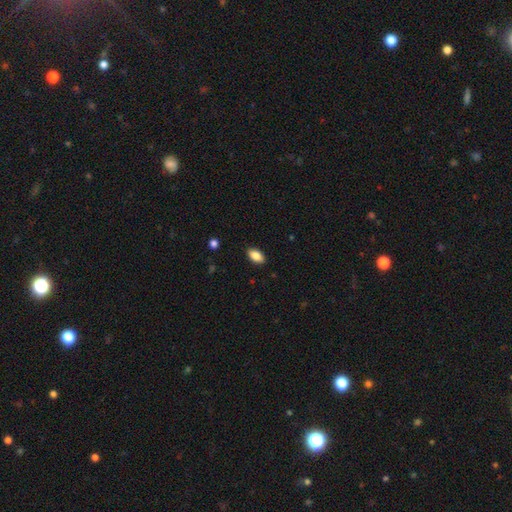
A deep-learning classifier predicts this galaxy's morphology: Smooth or featured?
  - smooth: 87% *
  - star or artifact: 7%
  - featured or disk: 6%
How rounded?
  - in between: 93% *
  - round: 4%
  - cigar-shaped: 3%
Merging?
  - none: 89% *
  - minor disturbance: 9%
  - major disturbance: 2%
  - merger: 1%